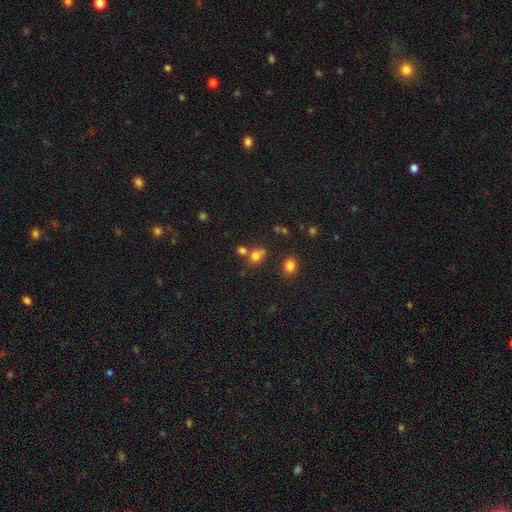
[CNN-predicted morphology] A smooth galaxy with no disk features (74%) that is round (67%). Merging: none (47%).